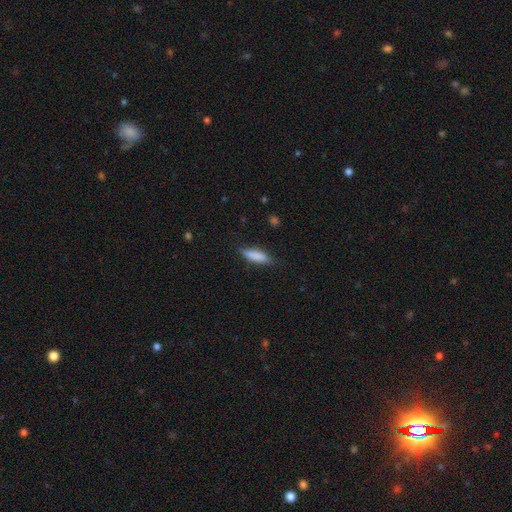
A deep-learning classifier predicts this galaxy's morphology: This appears to be a smooth galaxy with no disk features (82%) that is cigar-shaped (53%). Merging: none (76%).